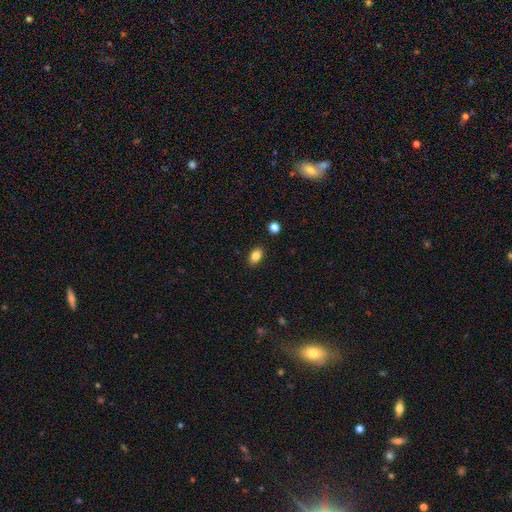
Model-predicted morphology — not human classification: smooth 84%, star or artifact 9%, featured or disk 7%. Down the decision tree: how rounded — in between (87%); merging — none (88%).